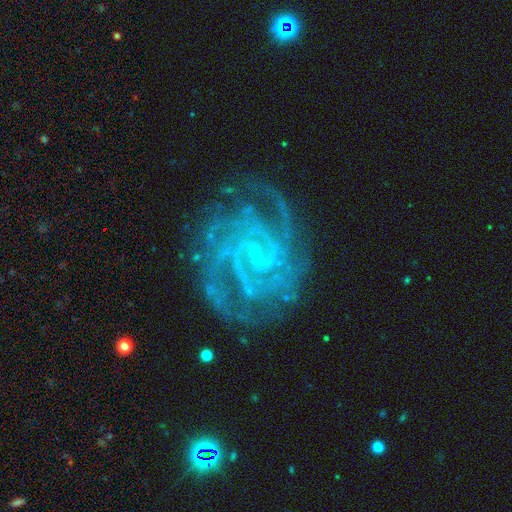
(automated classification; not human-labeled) The model was most divided on "spiral arm count": 2: 23%, 3: 22%, can't tell: 18%, 4: 17%, more than 4: 11%, 1: 9%. Remaining: spiral arms — yes (98%); edge-on disk — no (98%); smooth or featured — featured or disk (91%); bulge size — small (78%); merging — none (76%); spiral winding — tight (64%); bar — weak (46%).